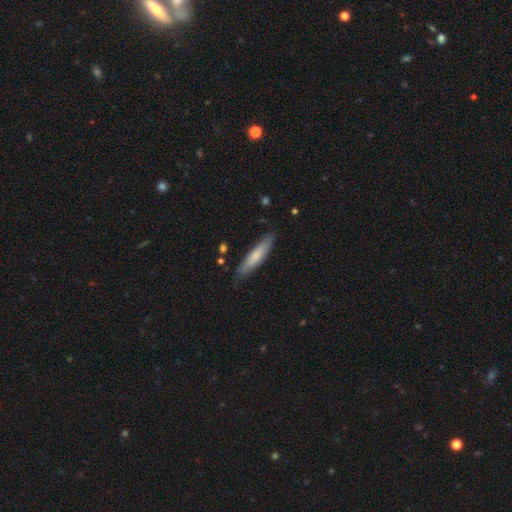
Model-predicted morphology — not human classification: smooth_or_featured: smooth (p=0.69) [alt: featured or disk p=0.26]
how_rounded: cigar-shaped (p=0.83) [alt: in between p=0.15]
merging: none (p=0.83) [alt: minor disturbance p=0.13]